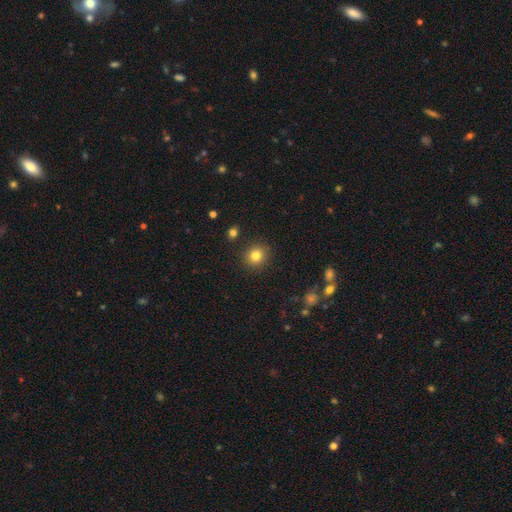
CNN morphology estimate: smooth_or_featured: smooth (p=0.82) [alt: star or artifact p=0.12]
how_rounded: round (p=0.86) [alt: in between p=0.13]
merging: none (p=0.90) [alt: minor disturbance p=0.06]